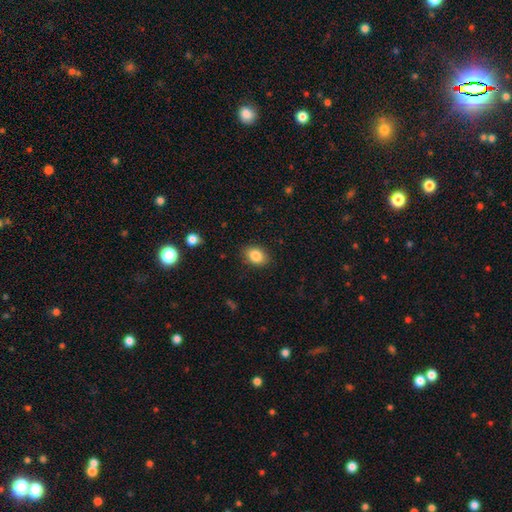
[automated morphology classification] type=smooth (85%); roundness=in between (73%); merging=none (87%).